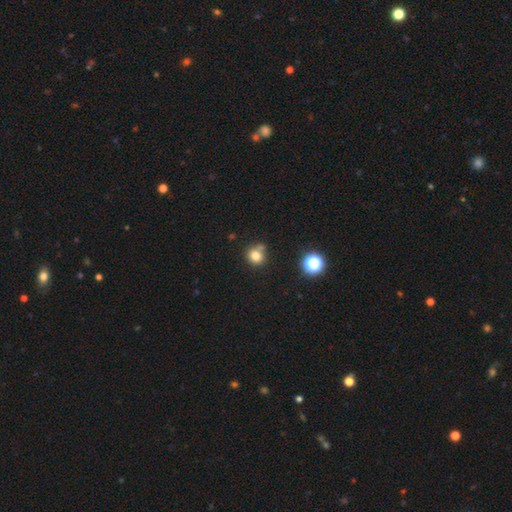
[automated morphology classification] A smooth galaxy with no disk features (79%) that is round (84%). Merging: none (63%).